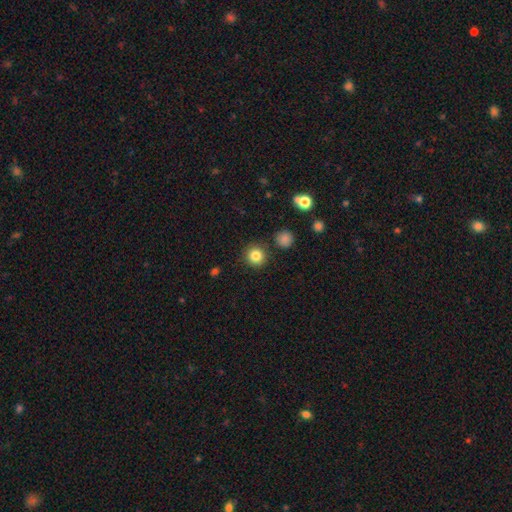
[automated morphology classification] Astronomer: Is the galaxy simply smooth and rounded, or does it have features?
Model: smooth — 84%.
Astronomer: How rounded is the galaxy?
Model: round — 93%.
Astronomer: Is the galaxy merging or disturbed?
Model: none — 89%.